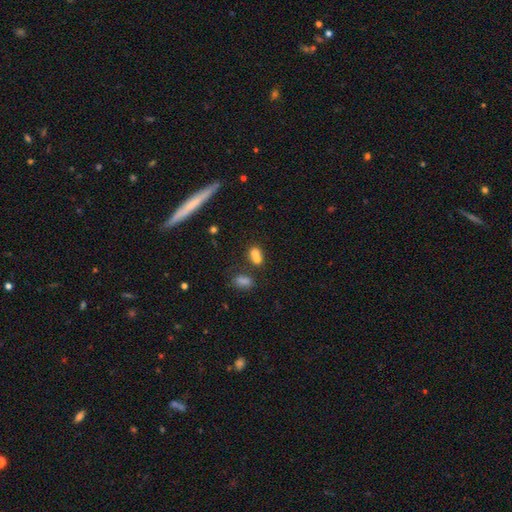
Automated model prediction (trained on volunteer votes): This appears to be a smooth galaxy with no disk features (70%) that is round (53%). Merging: merger (60%).